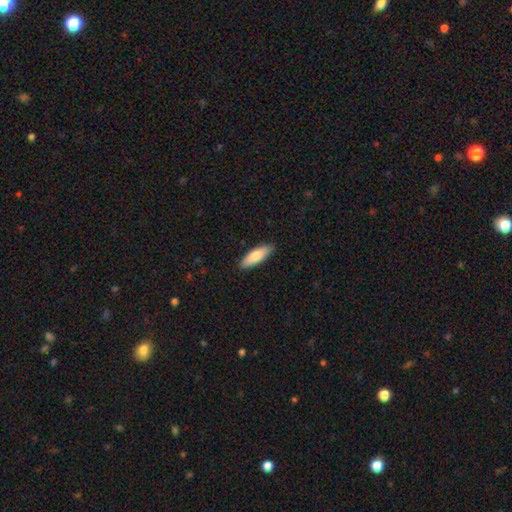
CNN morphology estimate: smooth-or-featured: smooth: 80% | featured or disk: 15% | star or artifact: 5%
  how-rounded: in between: 55% | cigar-shaped: 43% | round: 2%
  merging: none: 89% | minor disturbance: 9% | major disturbance: 2% | merger: 1%